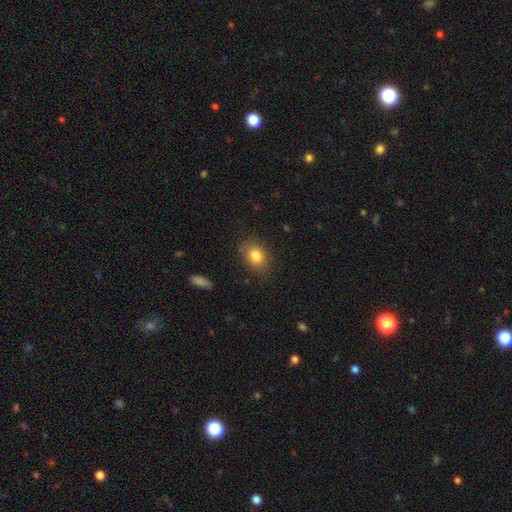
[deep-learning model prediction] This appears to be a smooth galaxy with no disk features (83%) that is in between round and cigar-shaped (62%). Merging: none (79%).